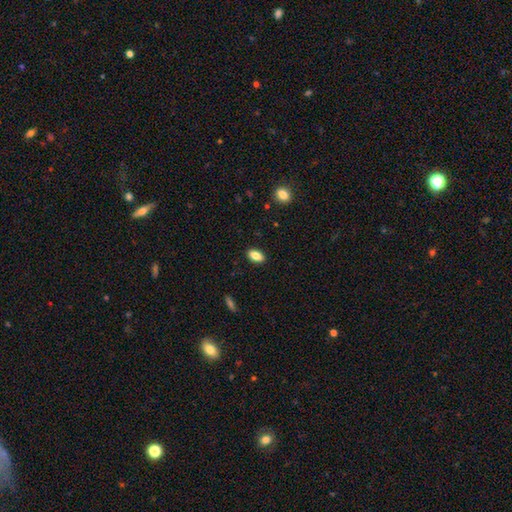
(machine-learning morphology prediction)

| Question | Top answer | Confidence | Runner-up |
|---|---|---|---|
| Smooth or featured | smooth | 83% | featured or disk (9%) |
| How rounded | in between | 90% | round (5%) |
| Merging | none | 89% | minor disturbance (8%) |